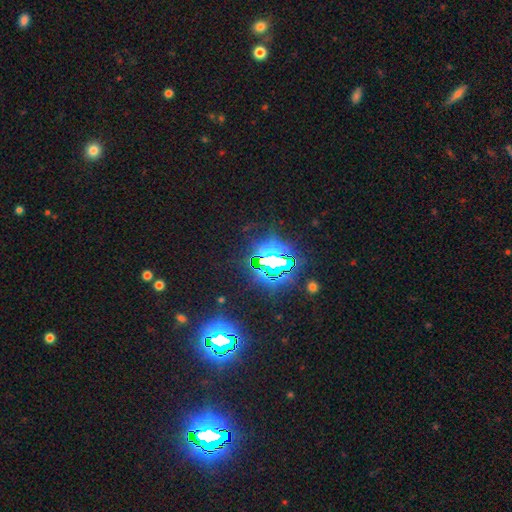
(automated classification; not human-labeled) Smooth or featured? star or artifact (84%)